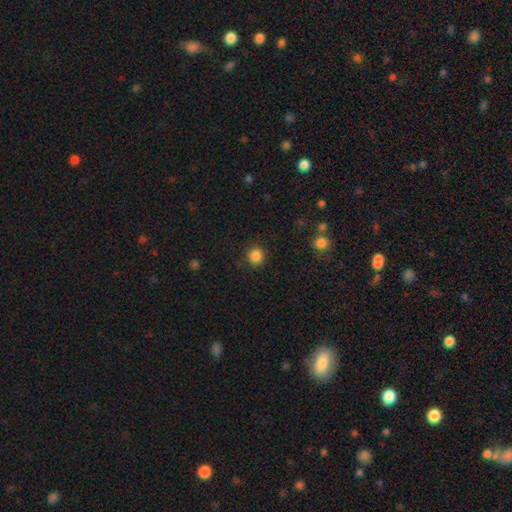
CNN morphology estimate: type=smooth (85%); roundness=round (91%); merging=none (90%).